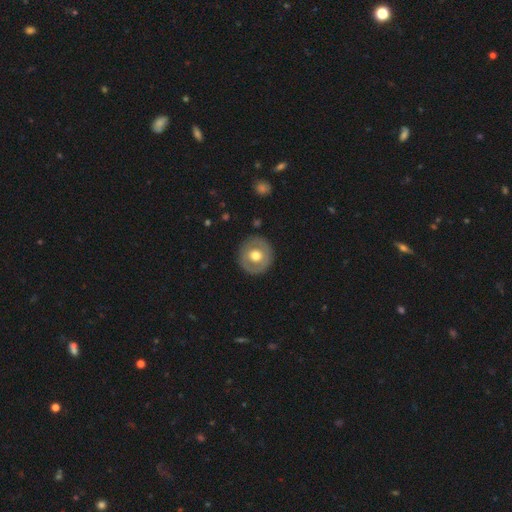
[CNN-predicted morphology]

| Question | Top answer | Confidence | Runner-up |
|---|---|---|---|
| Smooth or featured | smooth | 52% | featured or disk (42%) |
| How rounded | round | 92% | in between (7%) |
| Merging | none | 87% | minor disturbance (9%) |